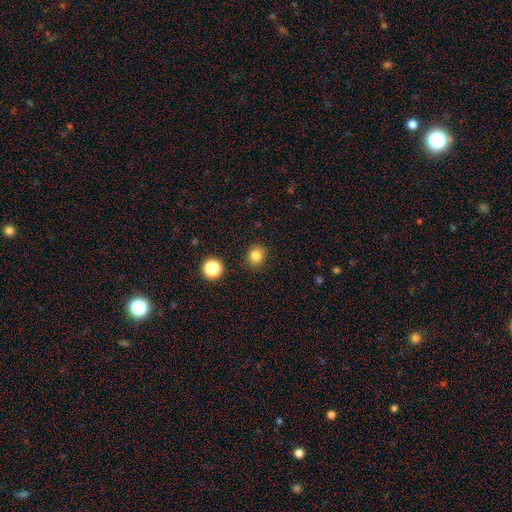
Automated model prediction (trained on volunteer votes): Smooth or featured? Predicted: smooth (p=0.82). How rounded? Predicted: round (p=0.80). Merging? Predicted: none (p=0.89).